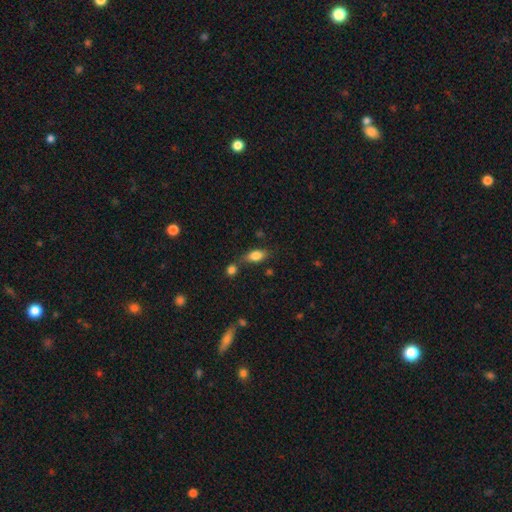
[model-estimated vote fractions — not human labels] smooth_or_featured: smooth (p=0.81) [alt: featured or disk p=0.10]
how_rounded: in between (p=0.85) [alt: cigar-shaped p=0.08]
merging: none (p=0.64) [alt: merger p=0.16]